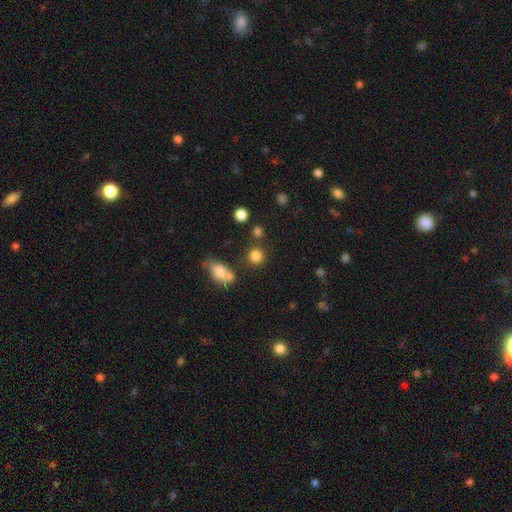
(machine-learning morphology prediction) type=smooth (81%); roundness=round (86%); merging=none (73%).